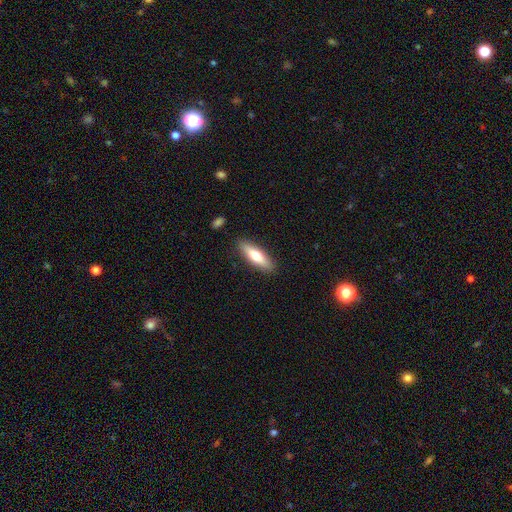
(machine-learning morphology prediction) This appears to be a smooth galaxy with no disk features (62%) that is cigar-shaped (55%). Merging: none (87%).